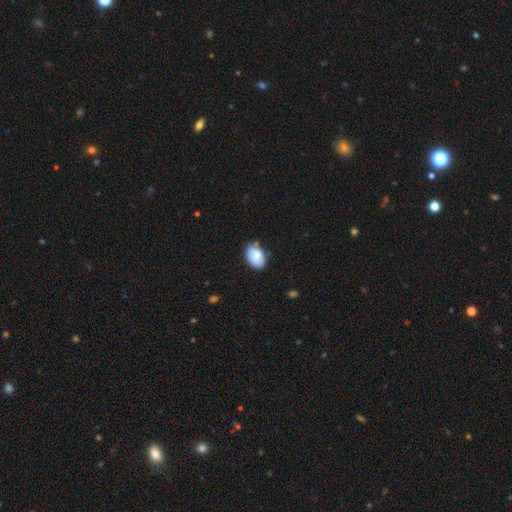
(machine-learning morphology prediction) A smooth galaxy with no disk features (85%) that is in between round and cigar-shaped (86%). Merging: none (68%).